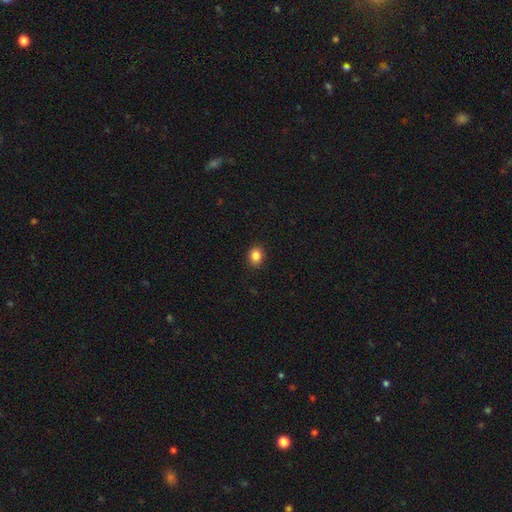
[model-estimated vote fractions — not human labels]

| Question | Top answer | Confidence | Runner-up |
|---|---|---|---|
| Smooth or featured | smooth | 85% | star or artifact (10%) |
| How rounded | round | 62% | in between (37%) |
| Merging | none | 89% | minor disturbance (8%) |